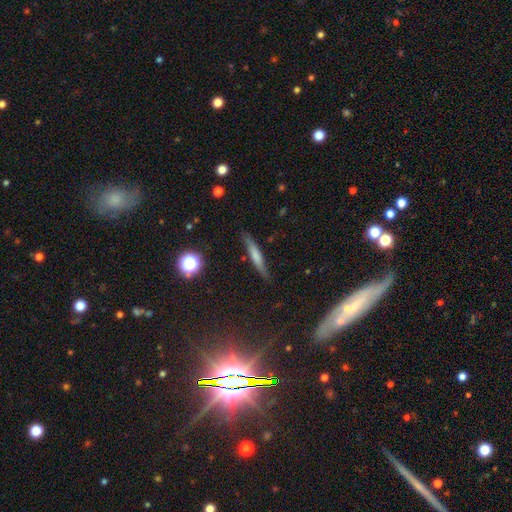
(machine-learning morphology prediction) This appears to be a smooth galaxy with no disk features (56%) that is cigar-shaped (89%). Merging: none (80%).